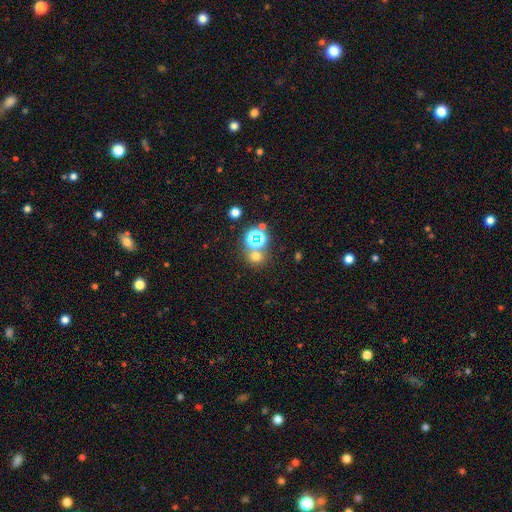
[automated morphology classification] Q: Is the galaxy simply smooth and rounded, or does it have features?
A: smooth — 58%.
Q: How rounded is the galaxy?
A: round — 84%.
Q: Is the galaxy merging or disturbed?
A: none — 68%.